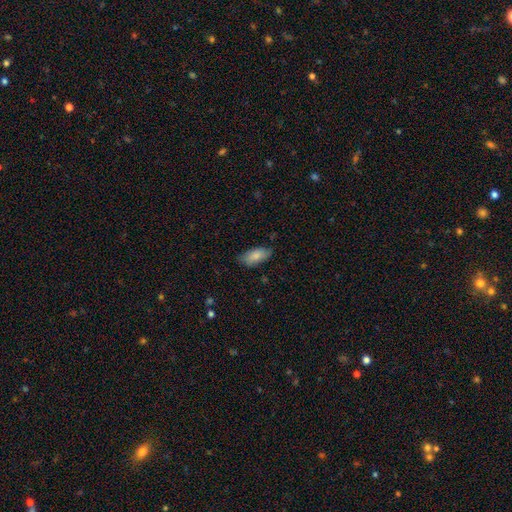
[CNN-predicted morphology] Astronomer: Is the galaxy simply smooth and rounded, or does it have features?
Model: smooth — 84%.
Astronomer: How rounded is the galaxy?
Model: in between — 89%.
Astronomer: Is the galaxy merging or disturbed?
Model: none — 78%.